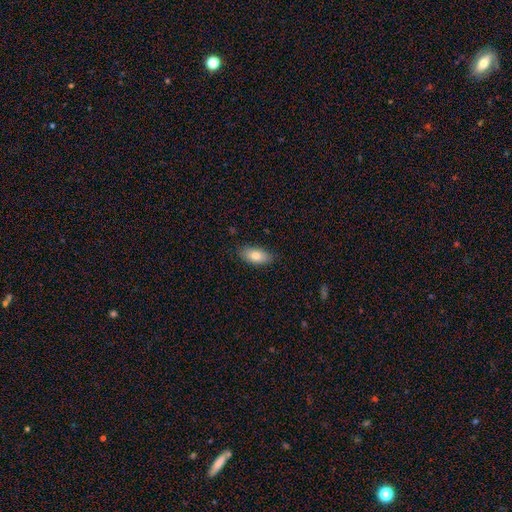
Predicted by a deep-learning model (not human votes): A smooth galaxy with no disk features (80%) that is in between round and cigar-shaped (90%).

Vote fractions:
- Smooth or featured? smooth: 80% / featured or disk: 13% / star or artifact: 7%
- How rounded? in between: 90% / cigar-shaped: 6% / round: 3%
- Merging? none: 83% / minor disturbance: 13% / major disturbance: 2% / merger: 1%